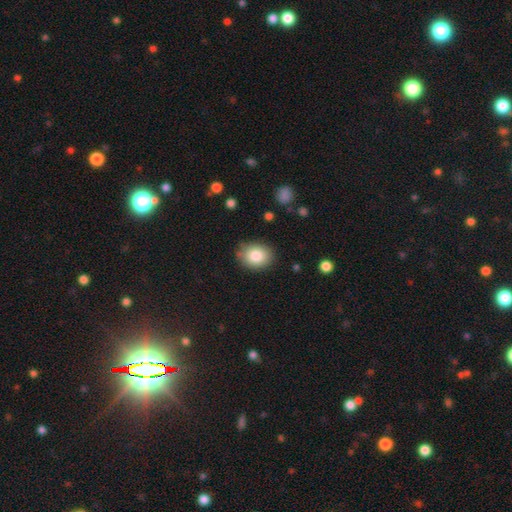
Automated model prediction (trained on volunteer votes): Smooth or featured? Predicted: smooth (p=0.84). How rounded? Predicted: round (p=0.51). Merging? Predicted: none (p=0.82).